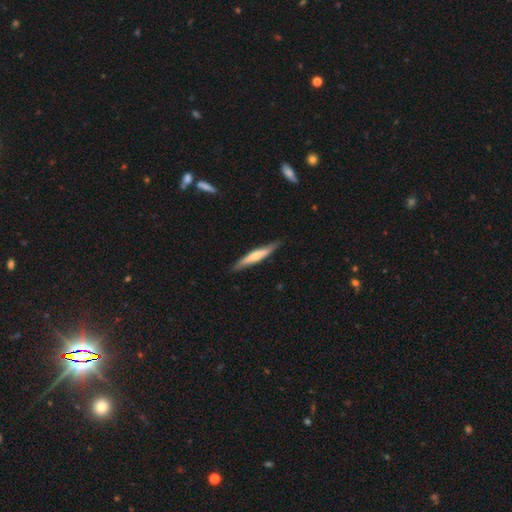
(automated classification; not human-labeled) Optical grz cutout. It shows a featured or disk galaxy (49%). Merging: none (87%).